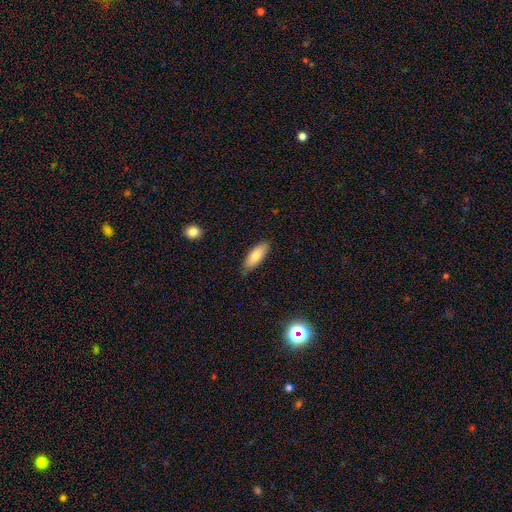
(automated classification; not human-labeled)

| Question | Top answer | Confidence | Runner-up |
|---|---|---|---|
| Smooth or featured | smooth | 82% | featured or disk (12%) |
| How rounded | in between | 71% | cigar-shaped (28%) |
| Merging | none | 81% | minor disturbance (15%) |